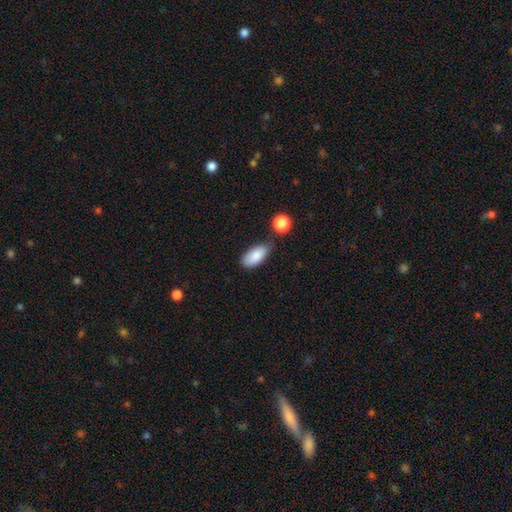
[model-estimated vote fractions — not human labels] Overall: smooth (85%). How rounded: in between (92%). Merging: none (60%; minor disturbance 24%).